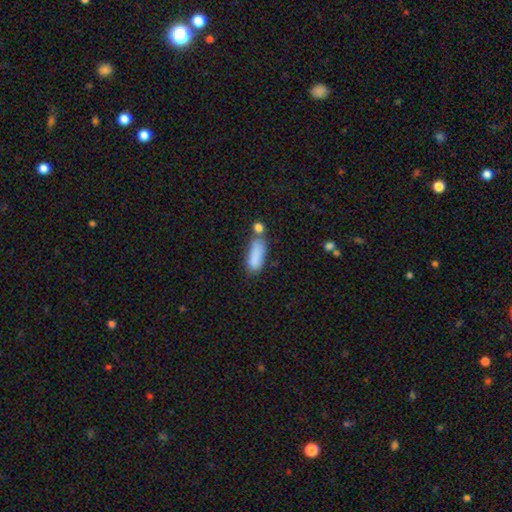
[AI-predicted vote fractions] Smooth or featured?
  - smooth: 83% *
  - featured or disk: 8%
  - star or artifact: 8%
How rounded?
  - in between: 63% *
  - cigar-shaped: 34%
  - round: 3%
Merging?
  - none: 46% *
  - merger: 24%
  - minor disturbance: 22%
  - major disturbance: 9%